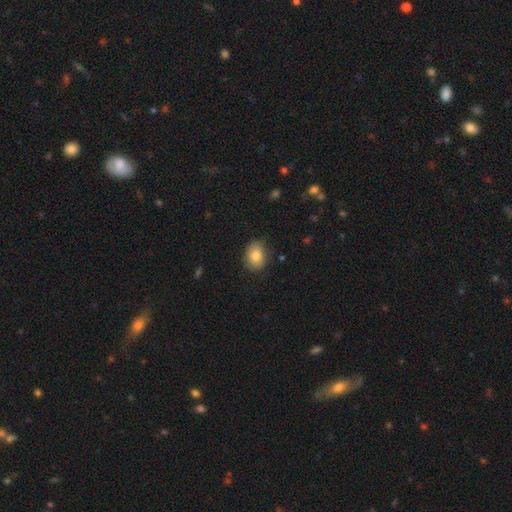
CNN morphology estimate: This appears to be a smooth galaxy with no disk features (82%) that is in between round and cigar-shaped (63%). Merging: none (76%).